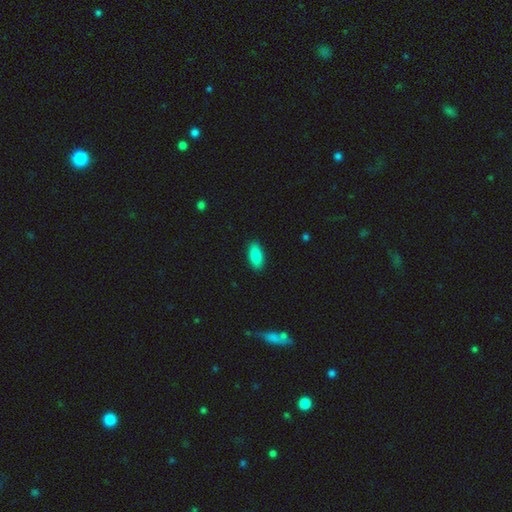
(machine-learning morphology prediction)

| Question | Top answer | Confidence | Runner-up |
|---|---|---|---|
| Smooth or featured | smooth | 86% | featured or disk (7%) |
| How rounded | in between | 86% | cigar-shaped (11%) |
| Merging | none | 89% | minor disturbance (8%) |